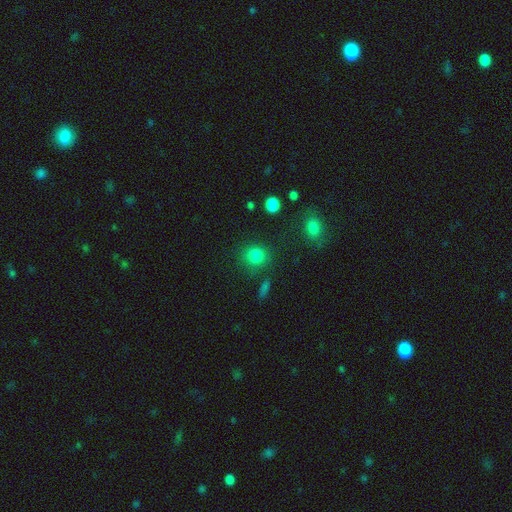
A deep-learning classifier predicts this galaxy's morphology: Overall: smooth (82%). How rounded: round (84%). Merging: none (81%).